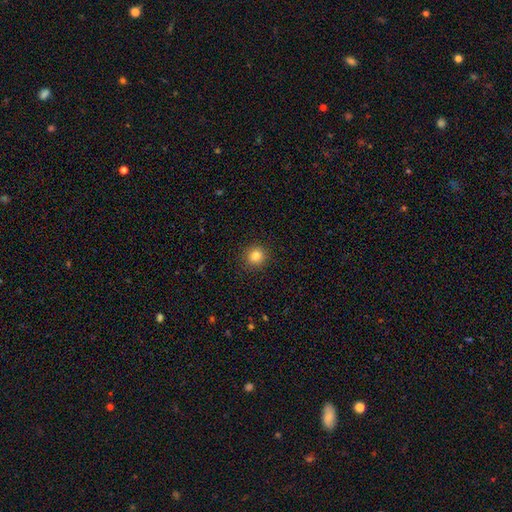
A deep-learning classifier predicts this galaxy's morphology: Overall: smooth (84%). How rounded: round (91%). Merging: none (91%).